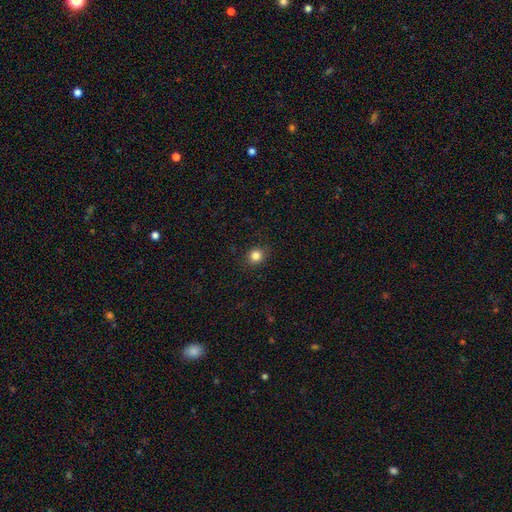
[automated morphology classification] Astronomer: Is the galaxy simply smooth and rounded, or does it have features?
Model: smooth — 84%.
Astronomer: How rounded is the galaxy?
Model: round — 84%.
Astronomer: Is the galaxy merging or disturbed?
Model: none — 89%.